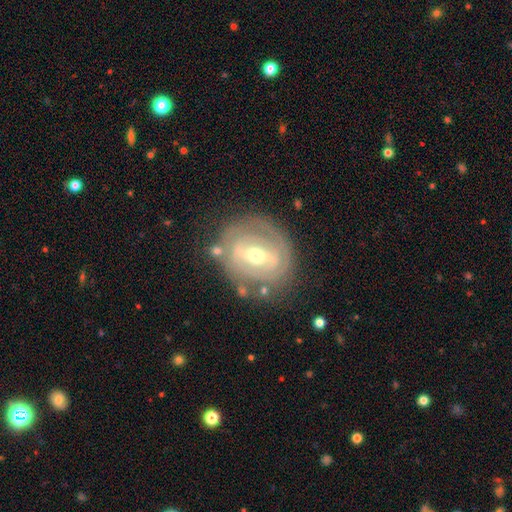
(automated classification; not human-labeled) A featured or disk galaxy (77%) with a strong bar (43%), spiral arms (63%) and a moderate central bulge (60%). Merging: none (72%).